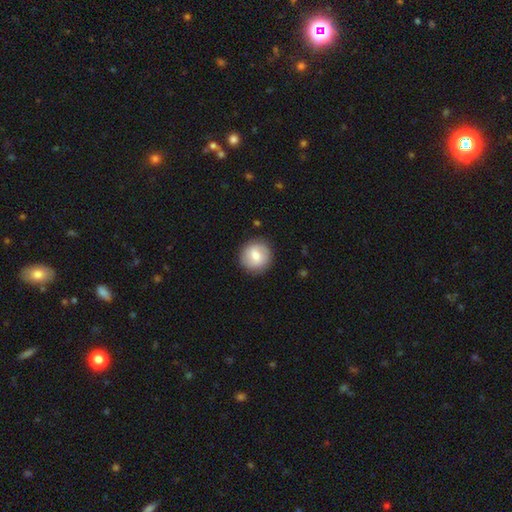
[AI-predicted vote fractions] A smooth galaxy with no disk features (68%) that is round (92%).

Vote fractions:
- Smooth or featured? smooth: 68% / featured or disk: 26% / star or artifact: 7%
- How rounded? round: 92% / in between: 7% / cigar-shaped: 1%
- Merging? none: 88% / minor disturbance: 9% / major disturbance: 2% / merger: 1%